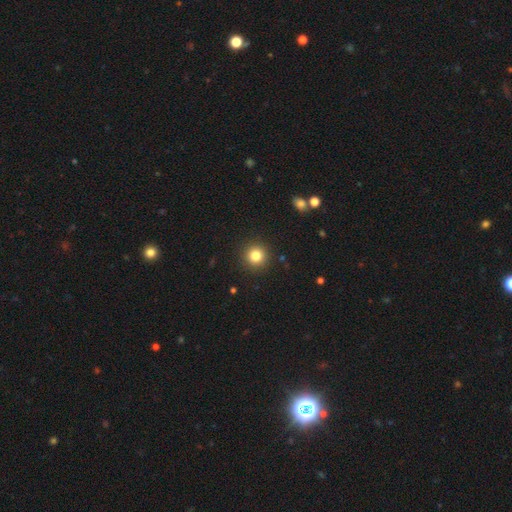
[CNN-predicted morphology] A smooth galaxy with no disk features (82%) that is round (95%).

Vote fractions:
- Smooth or featured? smooth: 82% / star or artifact: 12% / featured or disk: 6%
- How rounded? round: 95% / in between: 4% / cigar-shaped: 1%
- Merging? none: 92% / minor disturbance: 5% / major disturbance: 2% / merger: 1%